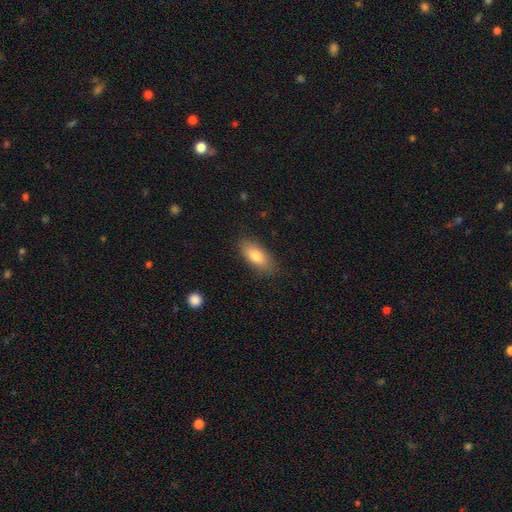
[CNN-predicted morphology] smooth_or_featured: smooth (p=0.79) [alt: featured or disk p=0.14]
how_rounded: in between (p=0.84) [alt: cigar-shaped p=0.13]
merging: none (p=0.84) [alt: minor disturbance p=0.12]